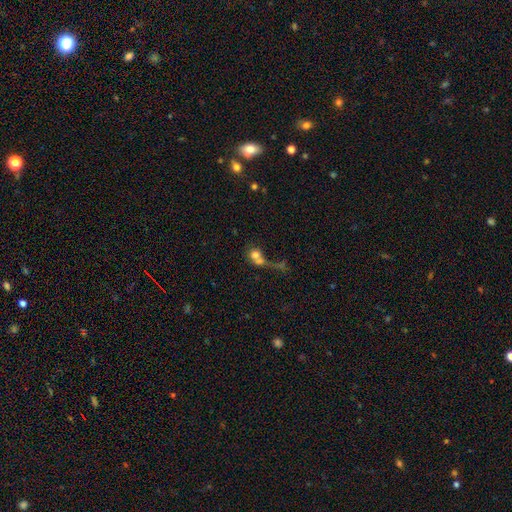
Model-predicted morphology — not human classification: smooth-or-featured: smooth: 64% | featured or disk: 23% | star or artifact: 13%
  how-rounded: round: 73% | in between: 24% | cigar-shaped: 3%
  merging: merger: 55% | none: 20% | major disturbance: 18% | minor disturbance: 7%